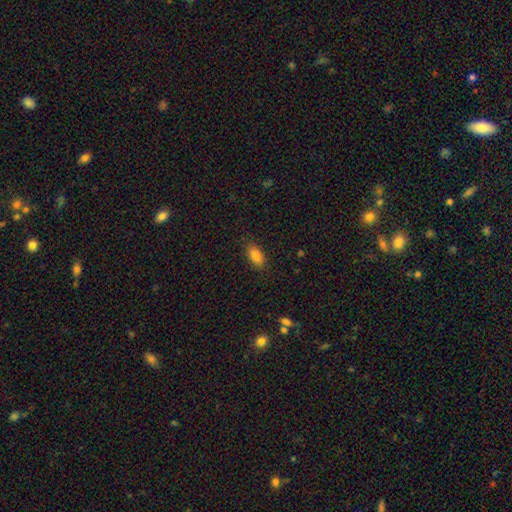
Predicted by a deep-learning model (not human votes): Morphology: type=smooth (84%); roundness=in between (90%); merging=none (86%).